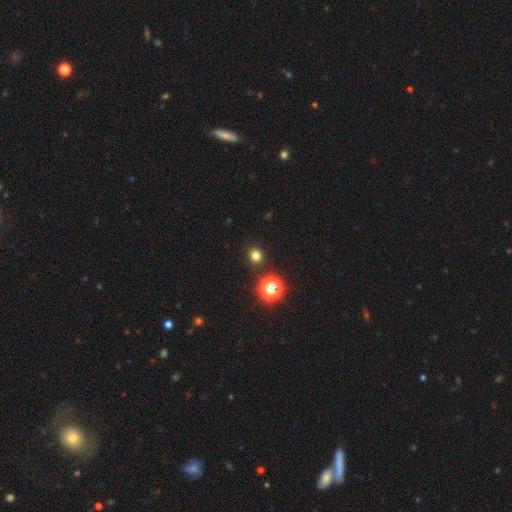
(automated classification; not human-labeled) Smooth or featured?
  - smooth: 75% *
  - star or artifact: 20%
  - featured or disk: 5%
How rounded?
  - round: 86% *
  - in between: 13%
  - cigar-shaped: 1%
Merging?
  - none: 88% *
  - minor disturbance: 6%
  - merger: 3%
  - major disturbance: 2%